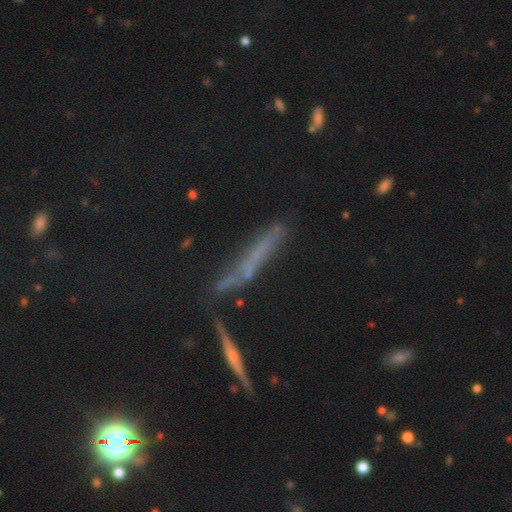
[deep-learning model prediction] A smooth galaxy with no disk features (39%). Merging: none (66%).